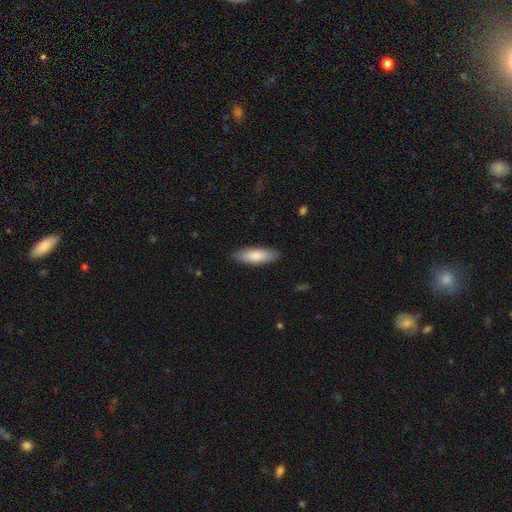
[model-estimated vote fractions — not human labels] smooth-or-featured: smooth: 83% | featured or disk: 12% | star or artifact: 5%
  how-rounded: in between: 58% | cigar-shaped: 40% | round: 2%
  merging: none: 88% | minor disturbance: 9% | major disturbance: 2% | merger: 1%